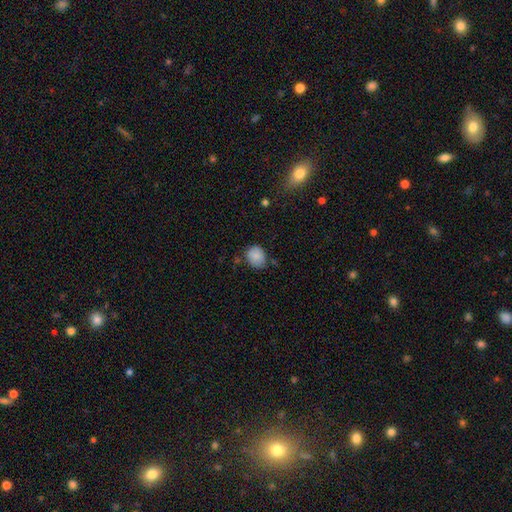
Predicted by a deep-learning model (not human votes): A smooth galaxy with no disk features (84%) that is round (65%). Merging: none (65%).